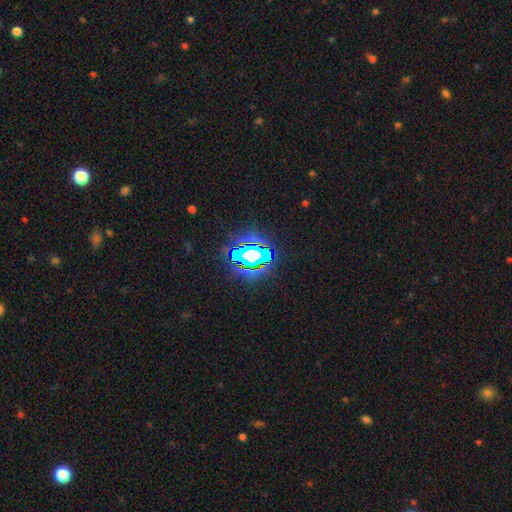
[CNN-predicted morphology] A star or artifact, not a galaxy (66%).